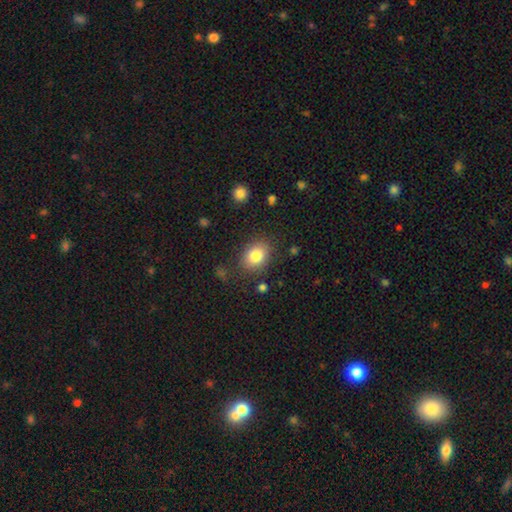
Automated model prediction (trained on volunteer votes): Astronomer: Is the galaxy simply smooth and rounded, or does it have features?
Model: smooth — 82%.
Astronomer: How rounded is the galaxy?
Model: in between — 63%.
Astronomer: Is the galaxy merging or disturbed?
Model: none — 82%.